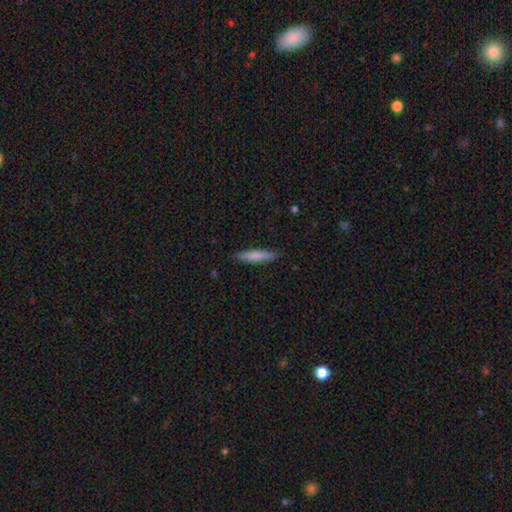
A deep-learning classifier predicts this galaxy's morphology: Smooth or featured? Predicted: smooth (p=0.75). How rounded? Predicted: cigar-shaped (p=0.90). Merging? Predicted: none (p=0.88).